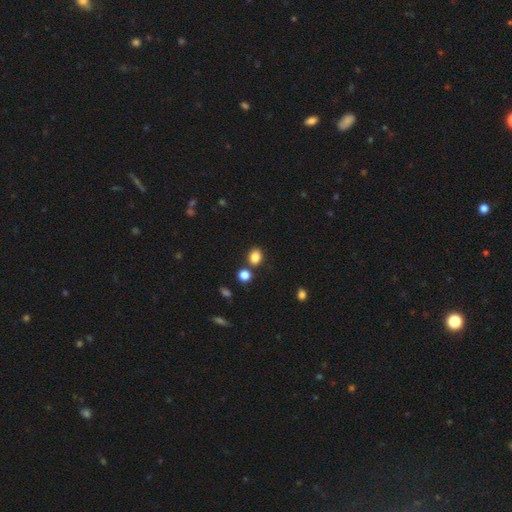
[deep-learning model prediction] A smooth galaxy with no disk features (85%) that is in between round and cigar-shaped (59%). Merging: none (77%).